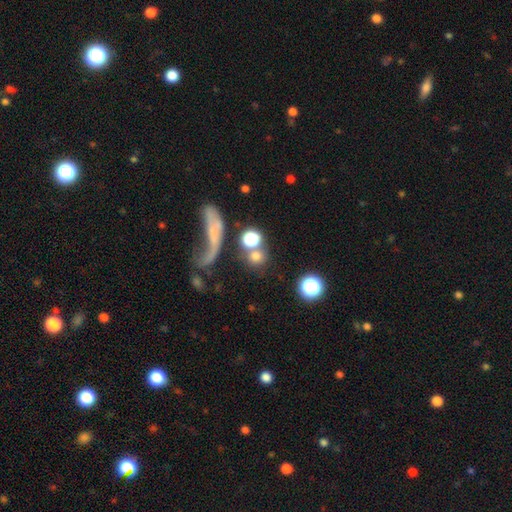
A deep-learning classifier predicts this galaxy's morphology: Smooth or featured? Predicted: smooth (p=0.71). How rounded? Predicted: round (p=0.86). Merging? Predicted: none (p=0.56).